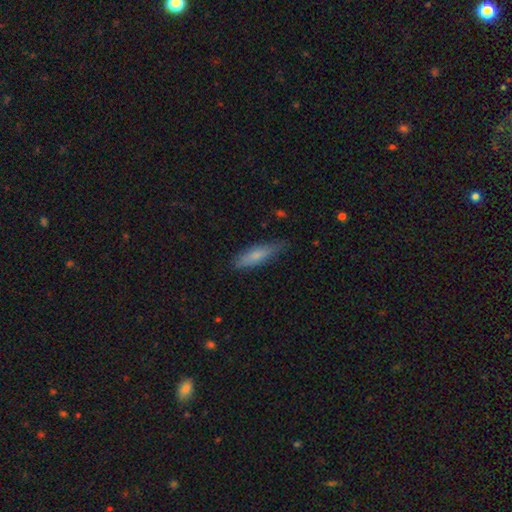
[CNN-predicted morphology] This is likely a smooth galaxy (70%). How rounded: likely cigar-shaped (71%). Merging: likely none (77%).